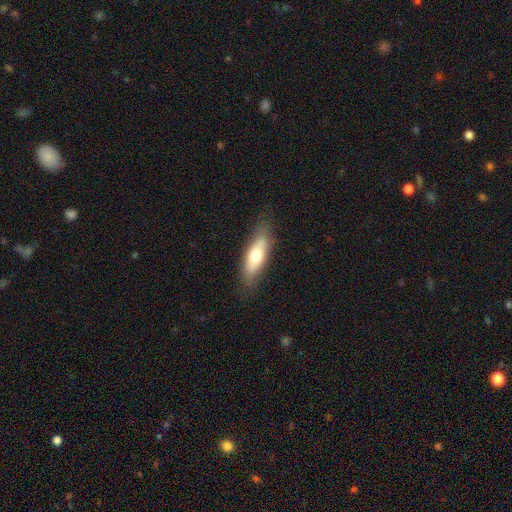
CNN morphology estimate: smooth 64%, featured or disk 30%, star or artifact 6%. Down the decision tree: how rounded — in between (59%); merging — none (81%).